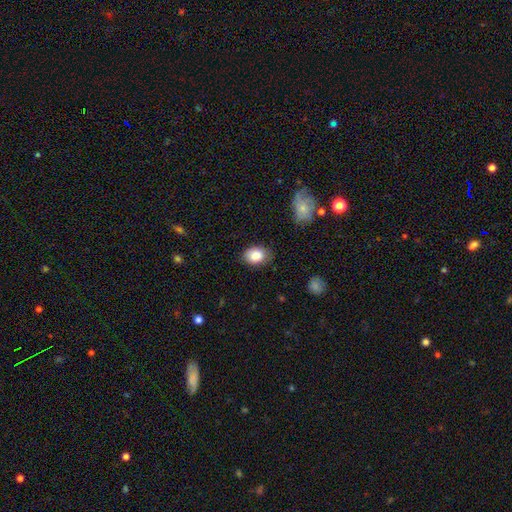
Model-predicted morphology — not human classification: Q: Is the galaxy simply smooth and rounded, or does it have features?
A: smooth — 86%.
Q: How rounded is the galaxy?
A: in between — 70%.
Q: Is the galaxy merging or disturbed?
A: none — 80%.